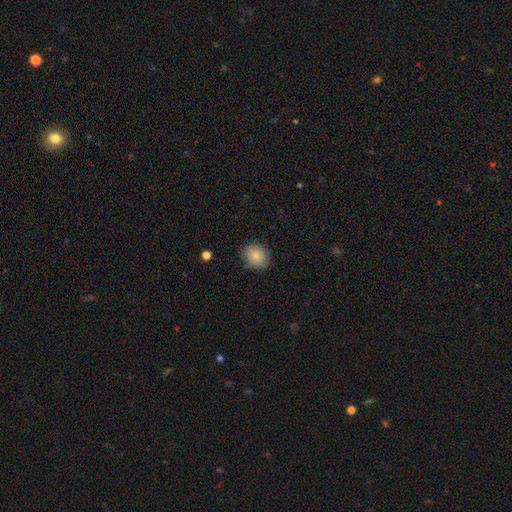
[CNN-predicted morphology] Q: Smooth or featured?
A: smooth (85%); runner-up: star or artifact (8%)
Q: How rounded?
A: round (52%); runner-up: in between (47%)
Q: Merging?
A: none (82%); runner-up: minor disturbance (14%)